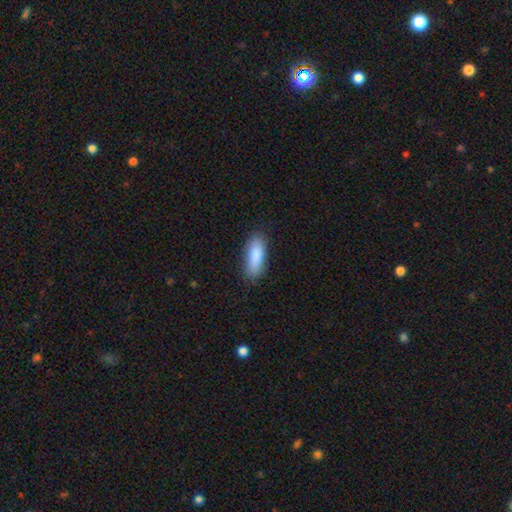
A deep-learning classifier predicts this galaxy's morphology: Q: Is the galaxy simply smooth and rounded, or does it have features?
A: smooth — 88%.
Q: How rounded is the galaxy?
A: in between — 68%.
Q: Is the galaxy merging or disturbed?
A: none — 85%.